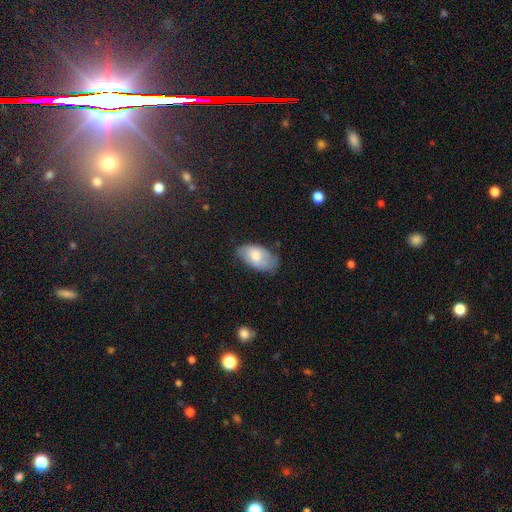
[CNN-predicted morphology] A smooth galaxy with no disk features (75%) that is in between round and cigar-shaped (95%).

Vote fractions:
- Smooth or featured? smooth: 75% / featured or disk: 18% / star or artifact: 7%
- How rounded? in between: 95% / round: 4% / cigar-shaped: 2%
- Merging? none: 62% / minor disturbance: 30% / major disturbance: 7% / merger: 2%